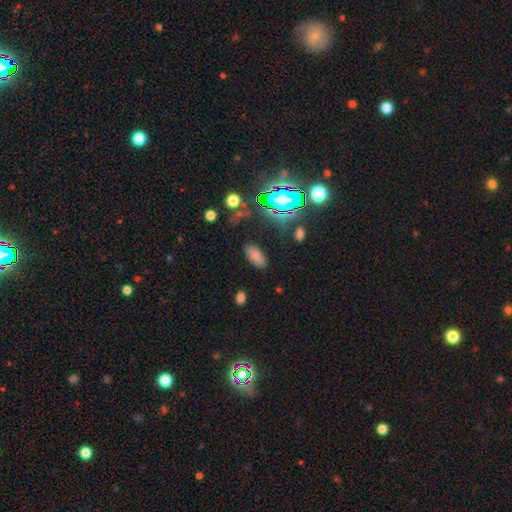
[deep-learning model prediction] Q: Smooth or featured?
A: smooth (74%); runner-up: star or artifact (17%)
Q: How rounded?
A: in between (90%); runner-up: cigar-shaped (6%)
Q: Merging?
A: none (84%); runner-up: minor disturbance (11%)